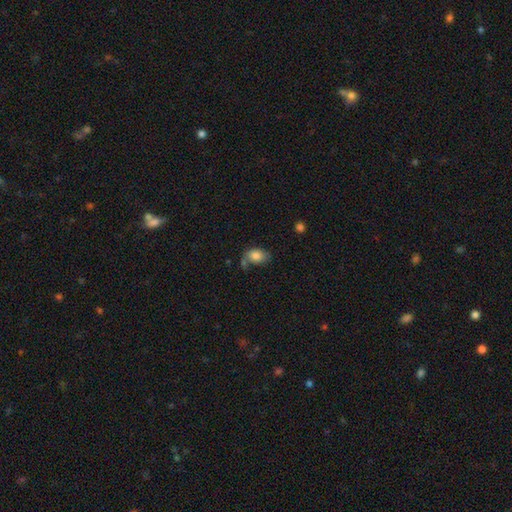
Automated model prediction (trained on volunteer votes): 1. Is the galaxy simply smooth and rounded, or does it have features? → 81% smooth, 11% featured or disk, 8% star or artifact.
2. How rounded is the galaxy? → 83% in between, 16% round, 1% cigar-shaped.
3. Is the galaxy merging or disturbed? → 51% none, 22% minor disturbance, 16% merger, 10% major disturbance.